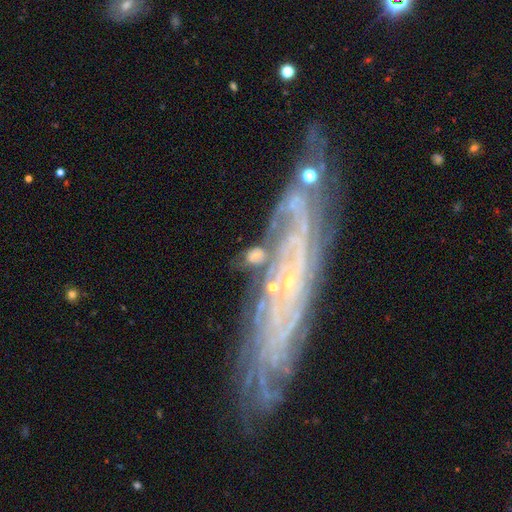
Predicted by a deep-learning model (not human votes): A featured or disk galaxy (51%).

Vote fractions:
- Smooth or featured? featured or disk: 51% / smooth: 36% / star or artifact: 13%
- Edge-on disk? no: 88% / yes: 12%
- Merging? none: 52% / minor disturbance: 19% / merger: 18% / major disturbance: 11%